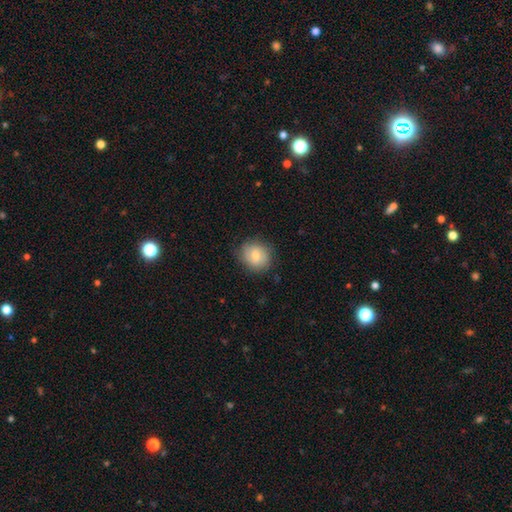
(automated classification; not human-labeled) smooth_or_featured: smooth (p=0.75) [alt: featured or disk p=0.18]
how_rounded: round (p=0.75) [alt: in between p=0.24]
merging: none (p=0.79) [alt: minor disturbance p=0.16]